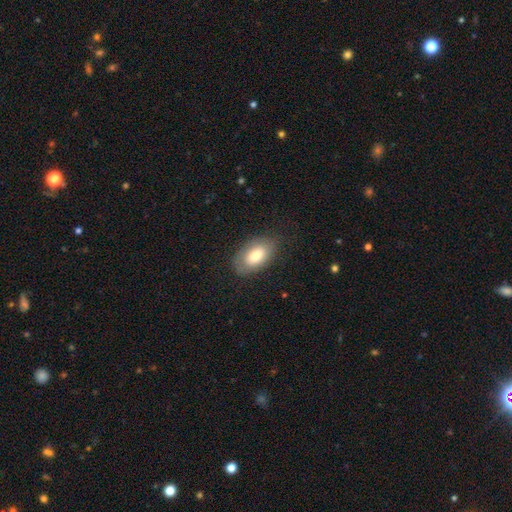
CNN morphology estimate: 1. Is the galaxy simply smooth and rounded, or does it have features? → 72% smooth, 20% featured or disk, 7% star or artifact.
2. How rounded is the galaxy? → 92% in between, 6% round, 2% cigar-shaped.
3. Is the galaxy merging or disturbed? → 77% none, 16% minor disturbance, 5% major disturbance, 1% merger.